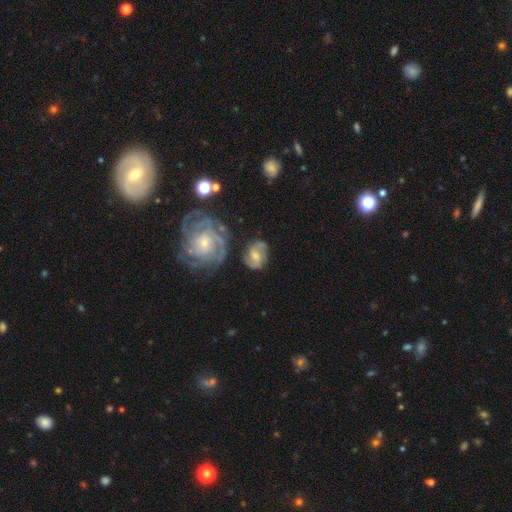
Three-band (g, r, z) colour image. It shows a featured or disk galaxy (95%) with a weak bar (43%, tied with no), 2 (72%) medium (47%) spiral arms (97%) and a small central bulge (49%). Merging: none (76%).